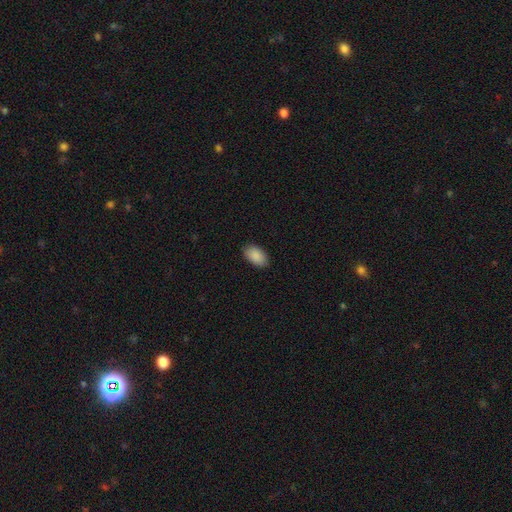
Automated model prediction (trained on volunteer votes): smooth-or-featured: smooth: 90% | star or artifact: 6% | featured or disk: 3%
  how-rounded: in between: 94% | round: 5% | cigar-shaped: 1%
  merging: none: 88% | minor disturbance: 9% | major disturbance: 2% | merger: 1%